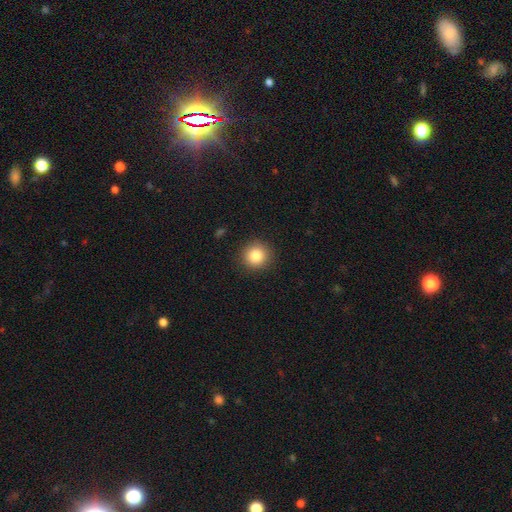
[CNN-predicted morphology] A smooth galaxy with no disk features (84%) that is round (93%).

Vote fractions:
- Smooth or featured? smooth: 84% / star or artifact: 10% / featured or disk: 6%
- How rounded? round: 93% / in between: 6% / cigar-shaped: 1%
- Merging? none: 91% / minor disturbance: 6% / major disturbance: 2% / merger: 1%